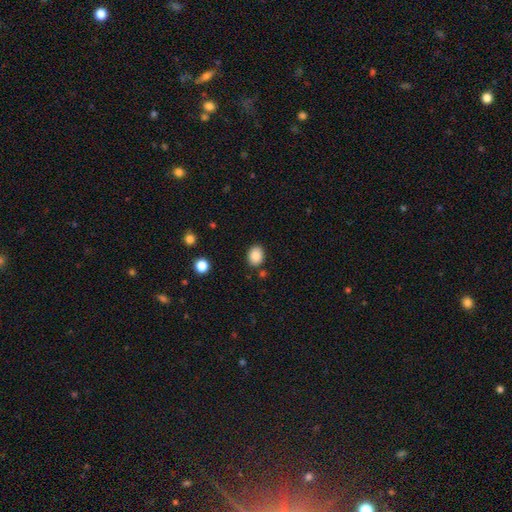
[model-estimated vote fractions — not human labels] This appears to be a smooth galaxy with no disk features (86%) that is in between round and cigar-shaped (56%). Merging: none (85%).